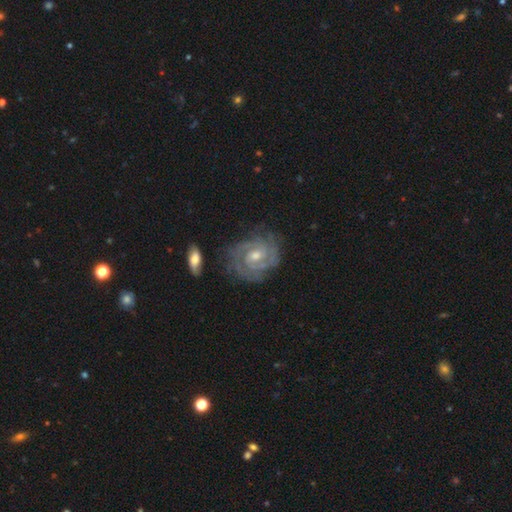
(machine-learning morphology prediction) Smooth or featured? featured or disk (88%)
Edge-on disk? no (97%)
Bar? weak (46%)
Spiral arms? yes (97%)
Spiral winding? tight (70%)
Spiral arm count? 2 (38%)
Bulge size? moderate (61%)
Merging? none (76%)